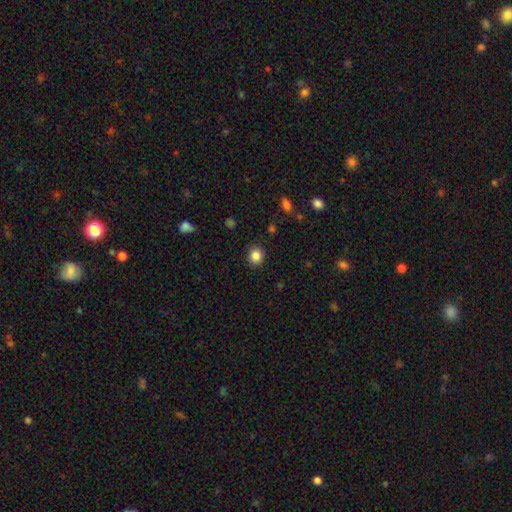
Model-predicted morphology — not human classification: smooth_or_featured: smooth (p=0.85) [alt: star or artifact p=0.11]
how_rounded: round (p=0.79) [alt: in between p=0.20]
merging: none (p=0.89) [alt: minor disturbance p=0.08]